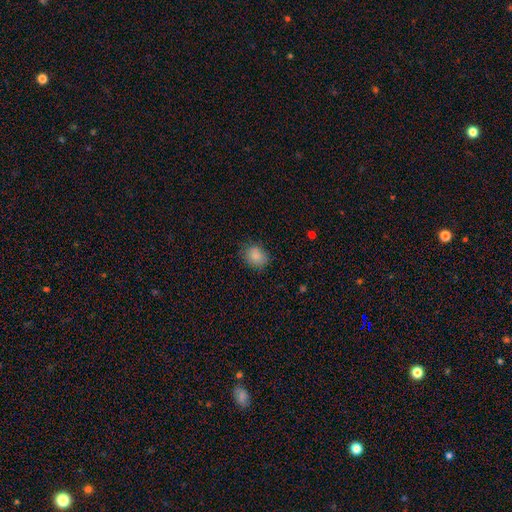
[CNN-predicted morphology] A smooth galaxy with no disk features (86%) that is round (59%). Merging: none (77%).